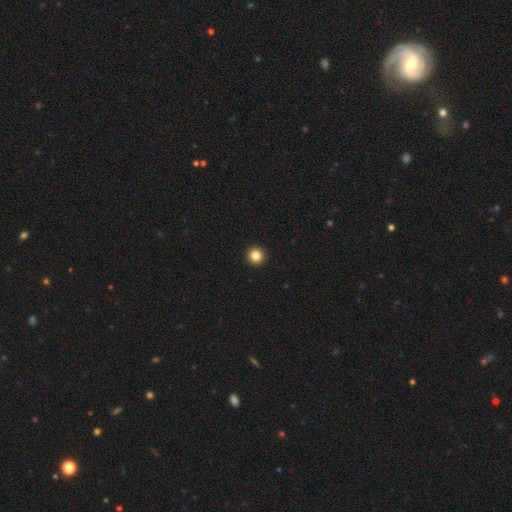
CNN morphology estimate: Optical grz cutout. It shows a smooth galaxy with no disk features (84%) that is round (96%). Merging: none (94%).